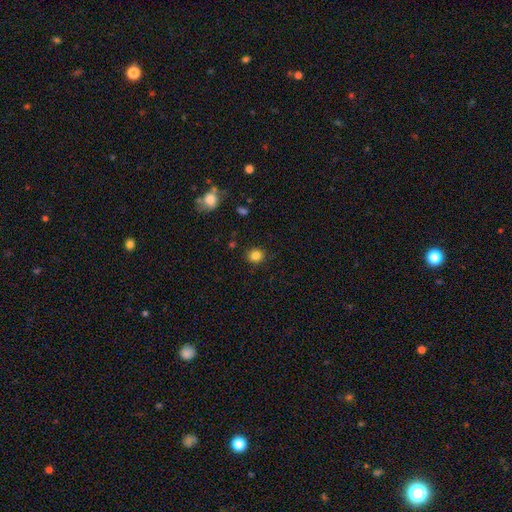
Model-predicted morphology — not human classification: Overall: smooth (84%). How rounded: round (83%). Merging: none (89%).